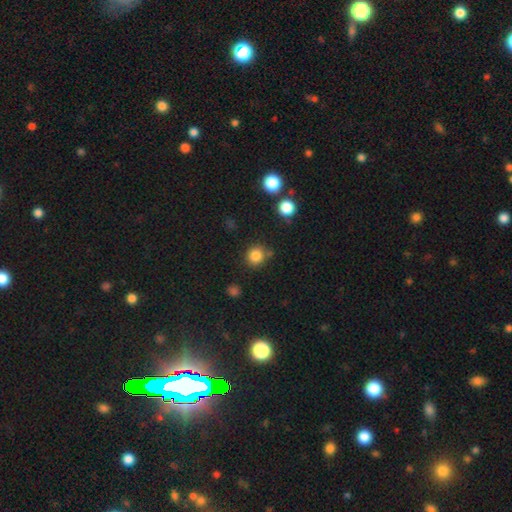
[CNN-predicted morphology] Smooth or featured? smooth (83%)
How rounded? round (89%)
Merging? none (77%)